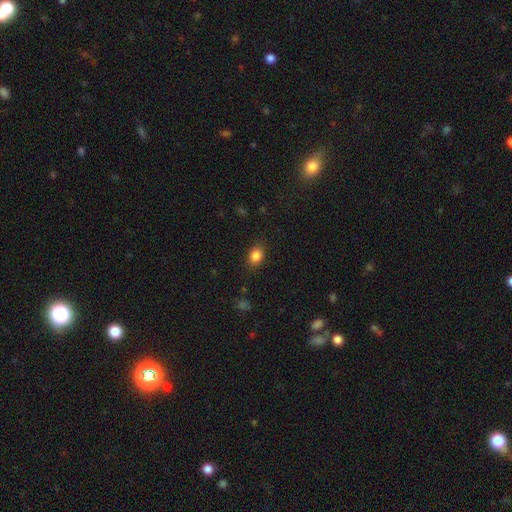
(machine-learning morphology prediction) Smooth or featured?
  - smooth: 85% *
  - star or artifact: 10%
  - featured or disk: 5%
How rounded?
  - in between: 58% *
  - round: 41%
  - cigar-shaped: 1%
Merging?
  - none: 84% *
  - minor disturbance: 11%
  - major disturbance: 3%
  - merger: 1%